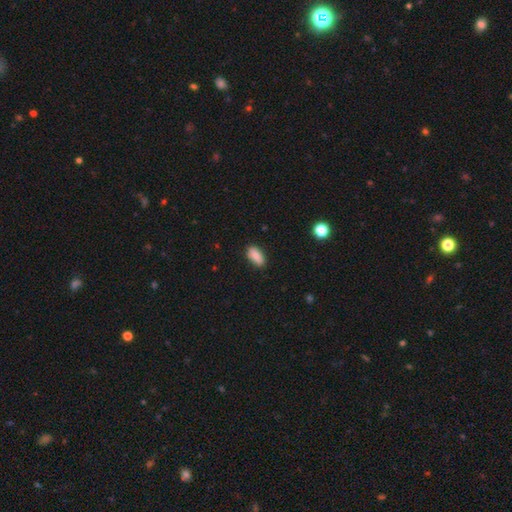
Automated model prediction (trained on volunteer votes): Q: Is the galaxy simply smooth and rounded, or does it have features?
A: smooth — 76%.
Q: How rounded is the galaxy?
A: in between — 89%.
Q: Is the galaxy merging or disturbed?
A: none — 82%.